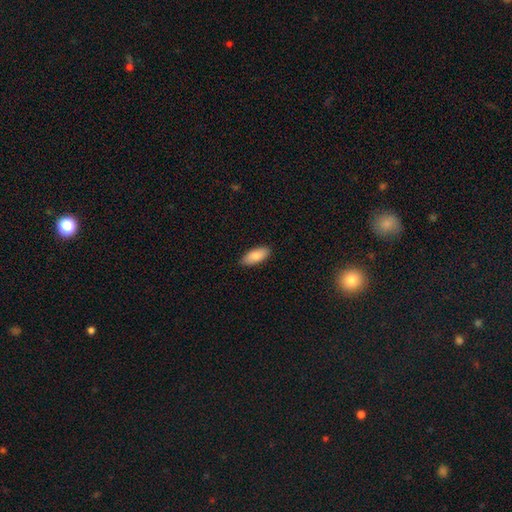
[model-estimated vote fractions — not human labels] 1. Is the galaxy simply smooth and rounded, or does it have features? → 85% smooth, 9% featured or disk, 6% star or artifact.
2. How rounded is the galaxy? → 88% in between, 10% cigar-shaped, 2% round.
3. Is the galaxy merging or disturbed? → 88% none, 10% minor disturbance, 2% major disturbance, 1% merger.